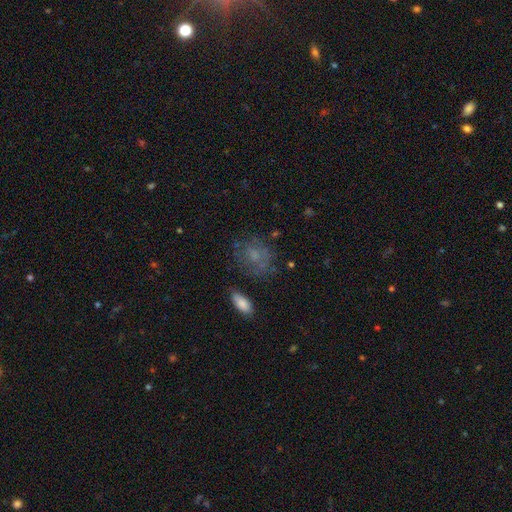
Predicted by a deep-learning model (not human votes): smooth 54%, featured or disk 32%, star or artifact 14%. Down the decision tree: how rounded — round (56%); merging — none (58%).